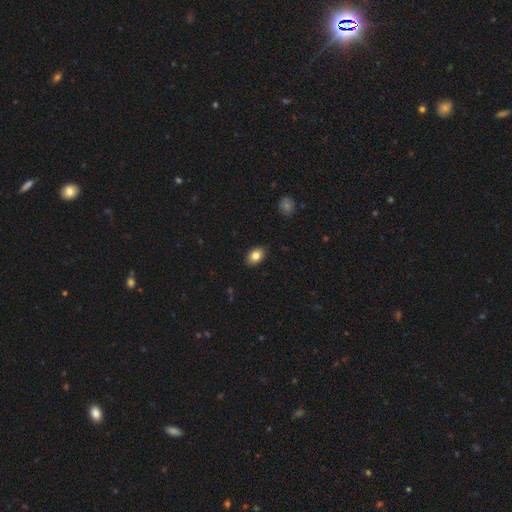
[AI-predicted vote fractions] Smooth or featured? Predicted: smooth (p=0.84). How rounded? Predicted: in between (p=0.81). Merging? Predicted: none (p=0.87).